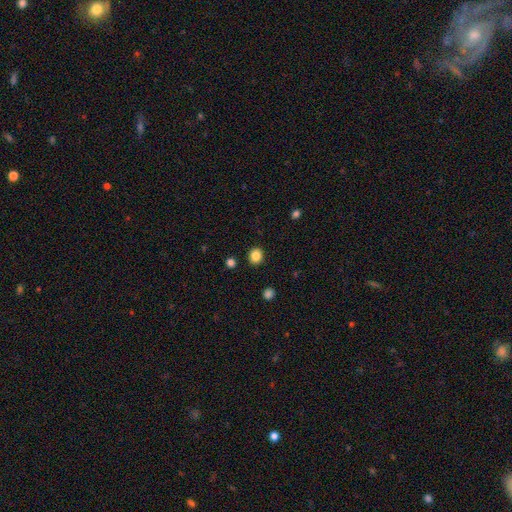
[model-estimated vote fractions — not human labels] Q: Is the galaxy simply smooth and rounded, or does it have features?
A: smooth — 85%.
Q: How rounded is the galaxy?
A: round — 85%.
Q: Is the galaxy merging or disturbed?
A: none — 91%.